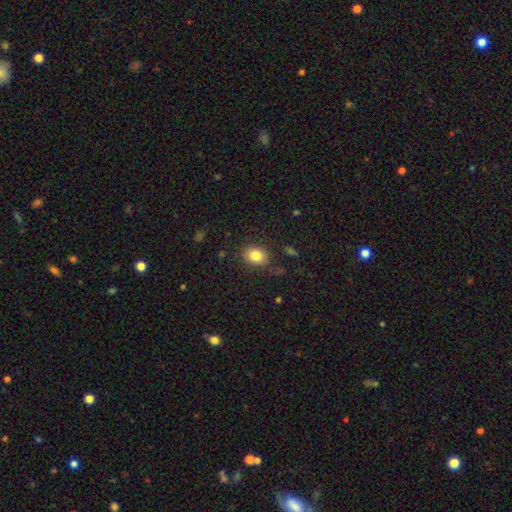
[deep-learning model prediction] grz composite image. It shows a smooth galaxy with no disk features (83%) that is in between round and cigar-shaped (59%). Merging: none (83%).